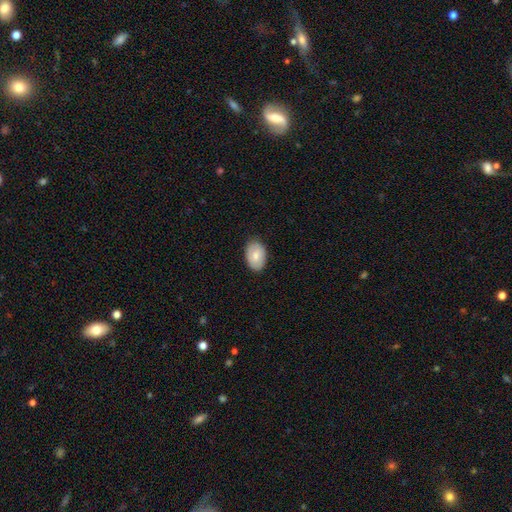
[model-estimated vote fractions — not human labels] smooth 73%, featured or disk 21%, star or artifact 6%. Down the decision tree: how rounded — in between (86%); merging — none (85%).